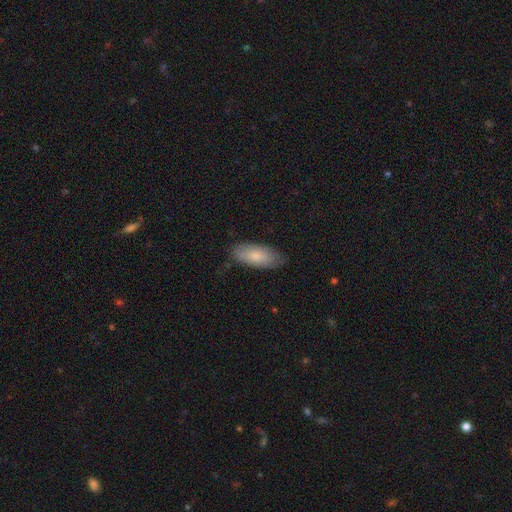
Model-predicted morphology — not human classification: type=smooth (79%); roundness=in between (86%); merging=none (77%).